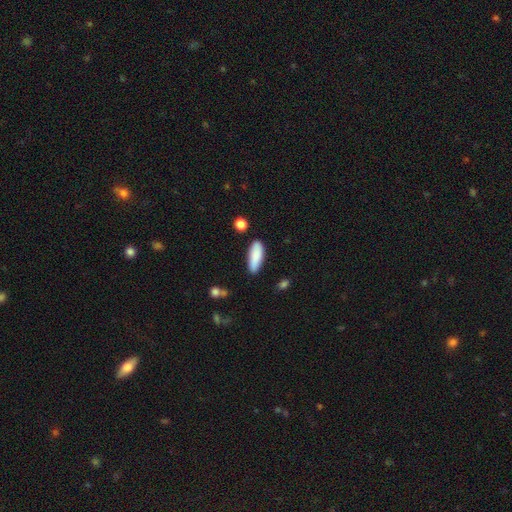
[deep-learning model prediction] The model was most divided on "how rounded": in between: 67%, cigar-shaped: 31%, round: 2%. More confident: smooth or featured — smooth (88%); merging — none (83%).